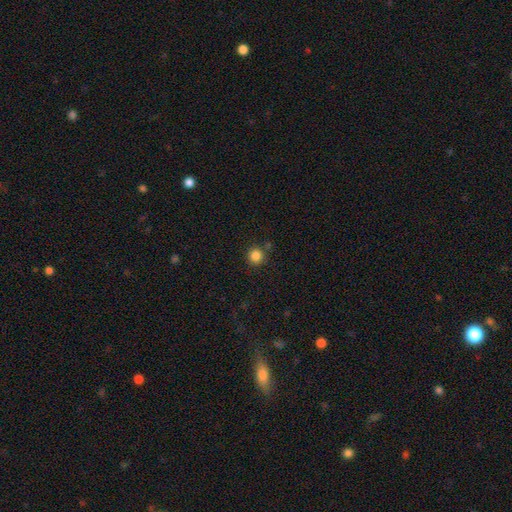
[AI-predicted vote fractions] Smooth or featured? smooth (85%)
How rounded? round (94%)
Merging? none (84%)